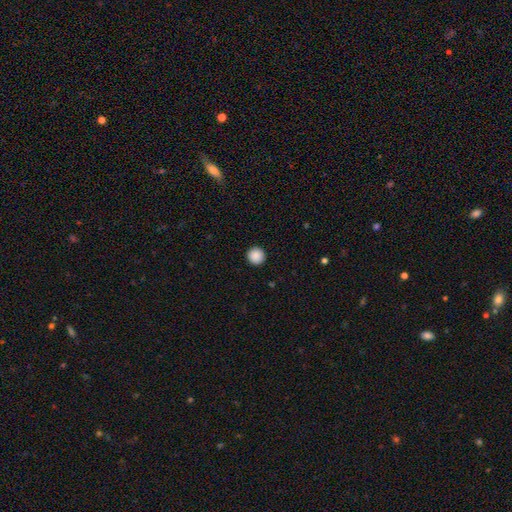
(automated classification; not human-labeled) A smooth galaxy with no disk features (89%) that is round (96%).

Vote fractions:
- Smooth or featured? smooth: 89% / star or artifact: 9% / featured or disk: 3%
- How rounded? round: 96% / in between: 3% / cigar-shaped: 1%
- Merging? none: 93% / minor disturbance: 4% / major disturbance: 2% / merger: 1%